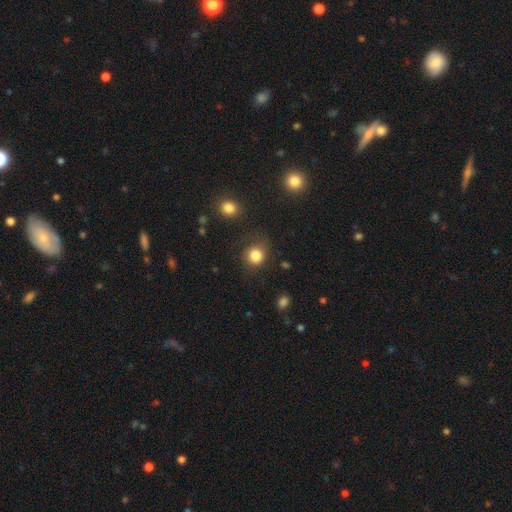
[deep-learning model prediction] smooth 84%, star or artifact 11%, featured or disk 5%. Down the decision tree: how rounded — round (86%); merging — none (73%).